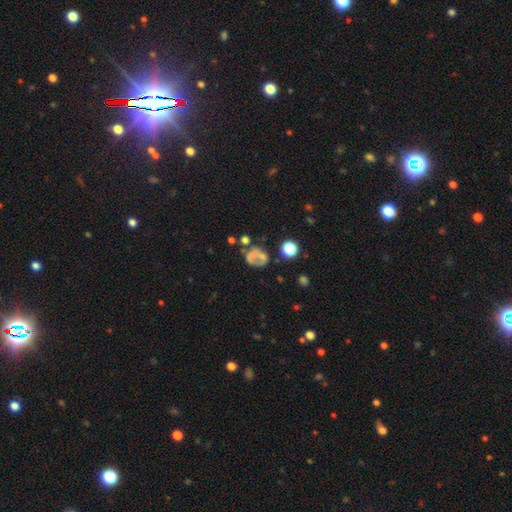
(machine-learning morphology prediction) smooth-or-featured: smooth: 48% | featured or disk: 35% | star or artifact: 17%
  merging: none: 40% | major disturbance: 23% | minor disturbance: 22% | merger: 15%